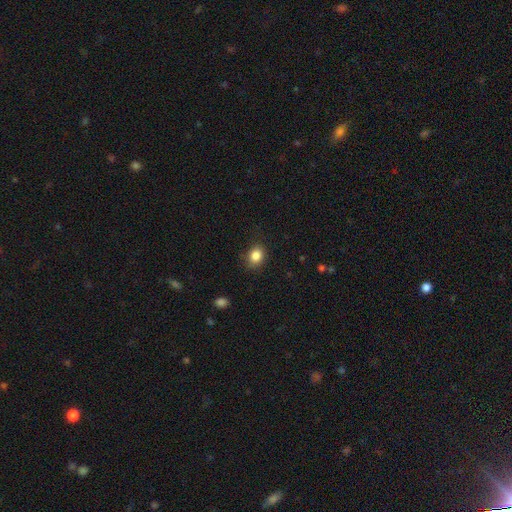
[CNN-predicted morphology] smooth-or-featured: smooth: 85% | star or artifact: 10% | featured or disk: 5%
  how-rounded: round: 55% | in between: 44% | cigar-shaped: 1%
  merging: none: 81% | minor disturbance: 14% | major disturbance: 4% | merger: 1%